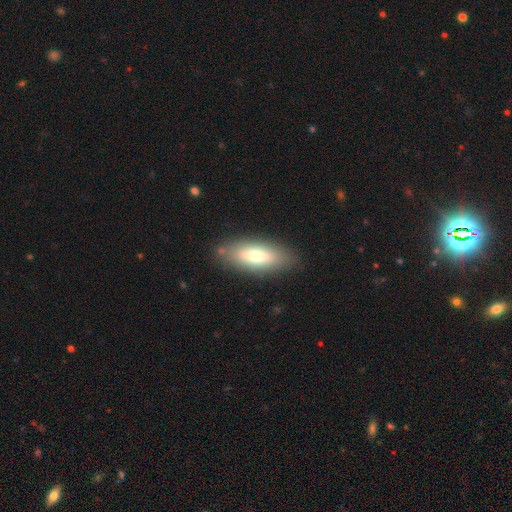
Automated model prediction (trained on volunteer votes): The model was most divided on "smooth or featured": smooth: 70%, featured or disk: 23%, star or artifact: 7%. More confident: merging — none (84%); how rounded — in between (74%).